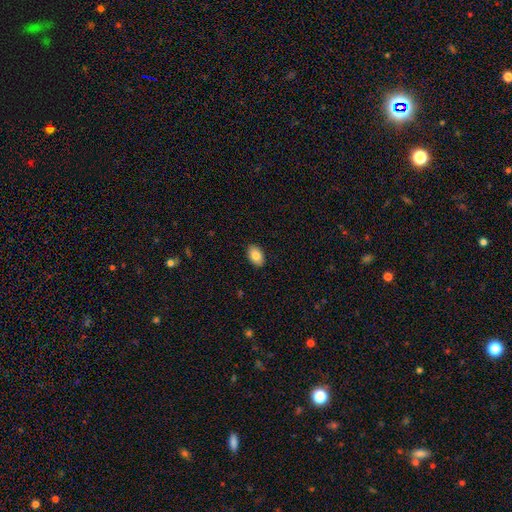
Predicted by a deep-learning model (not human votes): The model was most divided on "smooth or featured": smooth: 85%, featured or disk: 8%, star or artifact: 7%. More confident: how rounded — in between (91%); merging — none (89%).